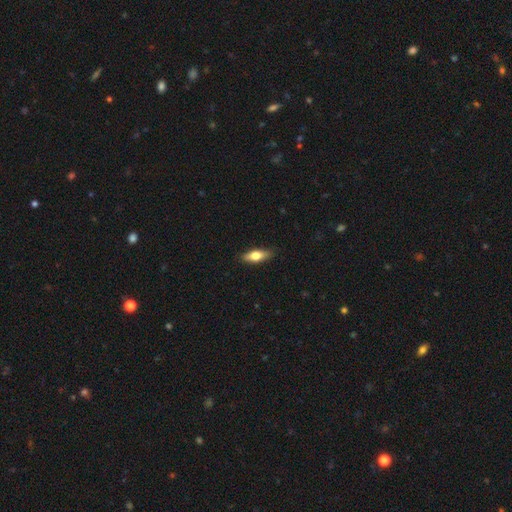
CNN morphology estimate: The model was most divided on "how rounded": in between: 64%, cigar-shaped: 33%, round: 3%. More confident: merging — none (87%); smooth or featured — smooth (66%).